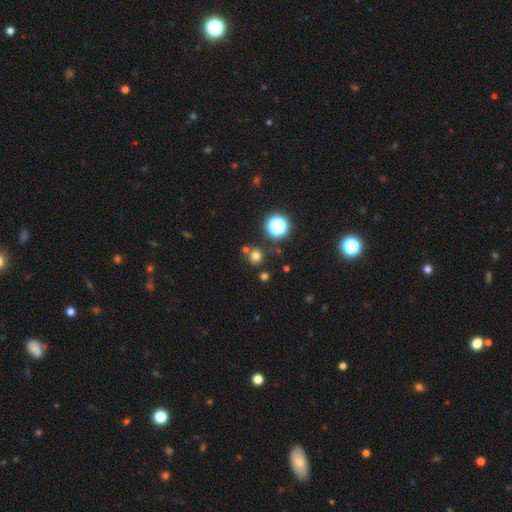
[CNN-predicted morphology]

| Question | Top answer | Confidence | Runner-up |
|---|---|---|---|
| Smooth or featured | smooth | 71% | star or artifact (22%) |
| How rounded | round | 89% | in between (10%) |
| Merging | none | 77% | merger (11%) |